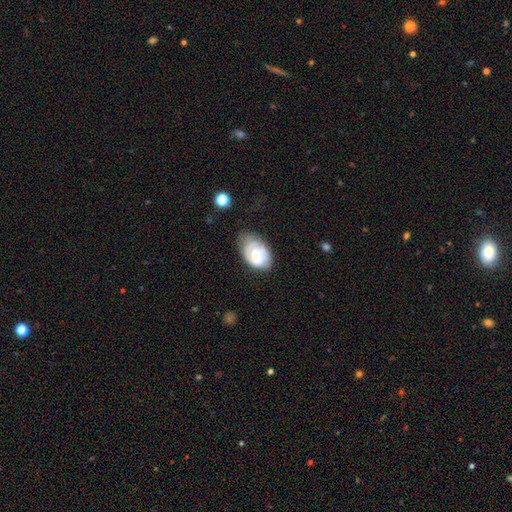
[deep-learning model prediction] This is possibly a featured or disk galaxy (53%). It is clearly not viewed edge-on (96%). Bar: likely no (68%). Spiral arm pattern: likely yes (69%). Central bulge: possibly moderate (51%). Merging: possibly none (53%).